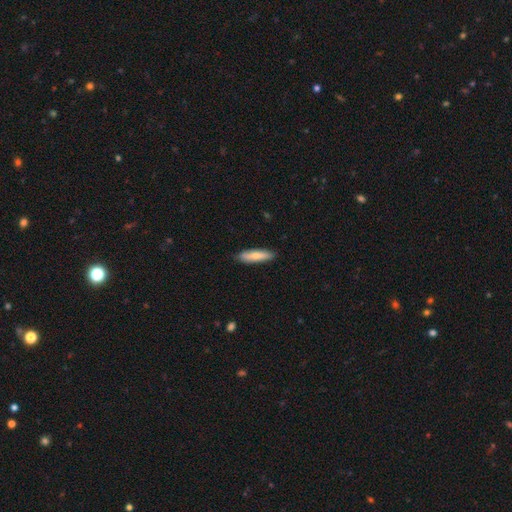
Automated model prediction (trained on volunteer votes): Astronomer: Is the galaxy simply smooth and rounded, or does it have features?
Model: smooth — 75%.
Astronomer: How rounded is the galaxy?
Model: cigar-shaped — 70%.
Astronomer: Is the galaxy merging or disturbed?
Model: none — 86%.